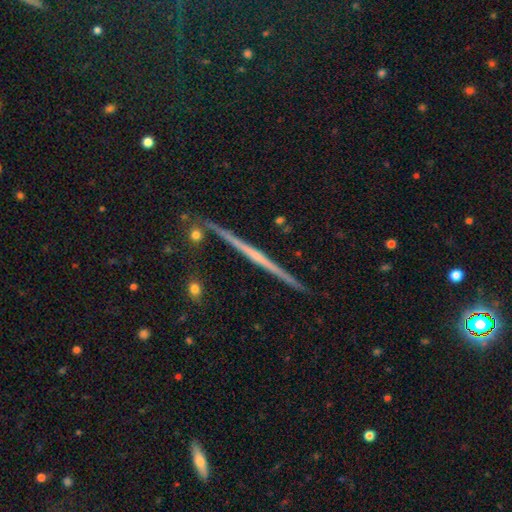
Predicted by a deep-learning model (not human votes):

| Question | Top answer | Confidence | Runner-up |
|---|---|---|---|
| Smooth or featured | featured or disk | 75% | smooth (18%) |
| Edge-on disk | yes | 98% | no (2%) |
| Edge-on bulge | none | 72% | rounded (21%) |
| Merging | none | 90% | minor disturbance (6%) |